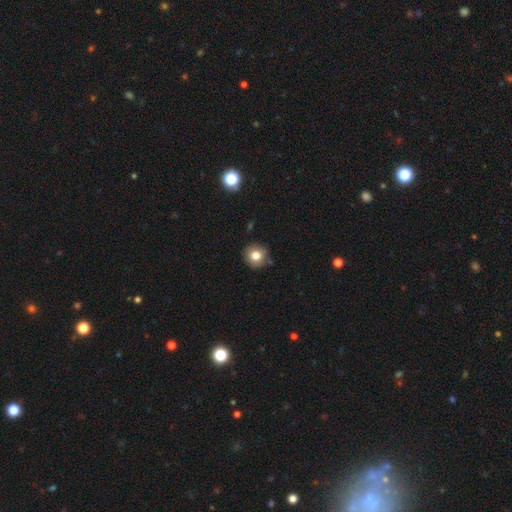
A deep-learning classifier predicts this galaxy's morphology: smooth_or_featured: smooth (p=0.80) [alt: star or artifact p=0.11]
how_rounded: round (p=0.92) [alt: in between p=0.07]
merging: none (p=0.85) [alt: minor disturbance p=0.10]